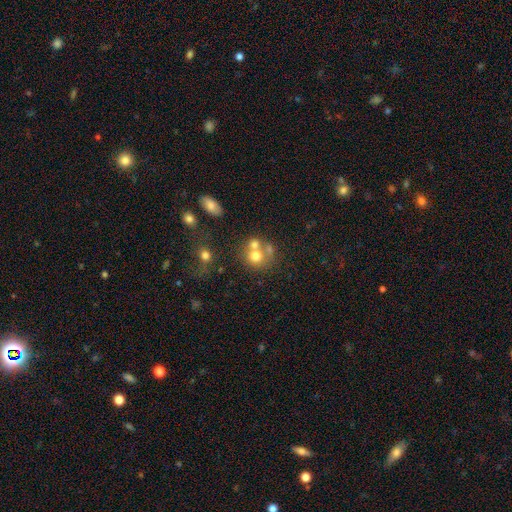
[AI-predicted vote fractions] Smooth or featured? smooth (67%)
How rounded? round (80%)
Merging? merger (46%)